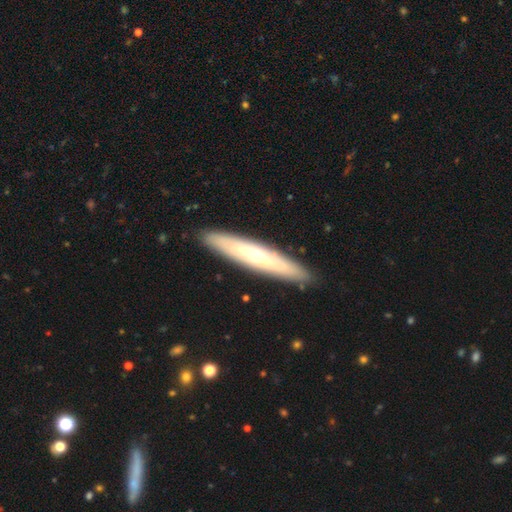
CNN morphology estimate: Smooth or featured? Predicted: featured or disk (p=0.52). Edge-on disk? Predicted: yes (p=0.75). Merging? Predicted: none (p=0.90).